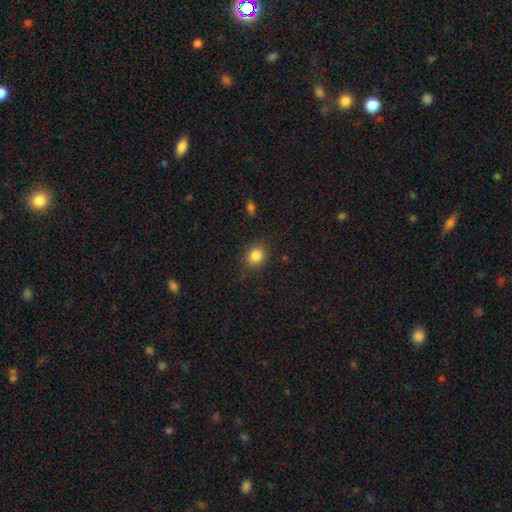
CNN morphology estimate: The model was most divided on "how rounded": round: 66%, in between: 33%, cigar-shaped: 1%. More confident: smooth or featured — smooth (84%); merging — none (83%).